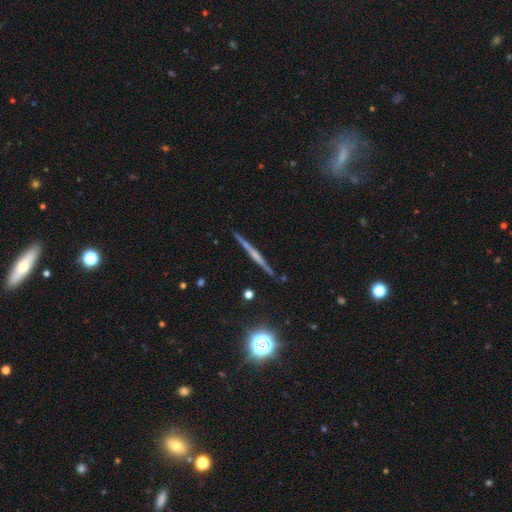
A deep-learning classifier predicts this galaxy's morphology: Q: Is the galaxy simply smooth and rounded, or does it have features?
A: featured or disk — 65%.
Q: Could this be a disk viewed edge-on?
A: yes — 98%.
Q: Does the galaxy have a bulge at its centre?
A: none — 51%.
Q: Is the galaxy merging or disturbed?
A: none — 87%.